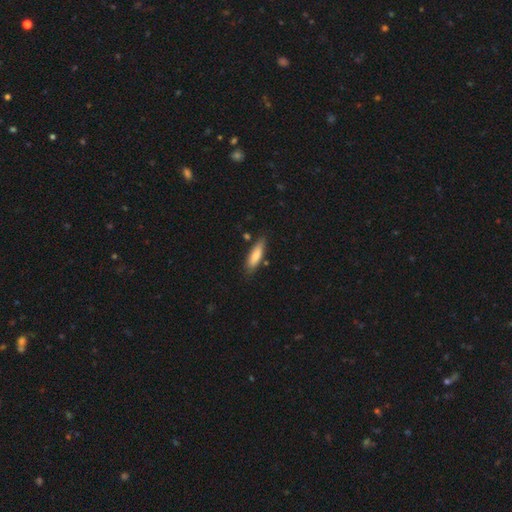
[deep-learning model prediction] Overall: smooth (79%). How rounded: cigar-shaped (56%; in between 42%). Merging: none (79%).